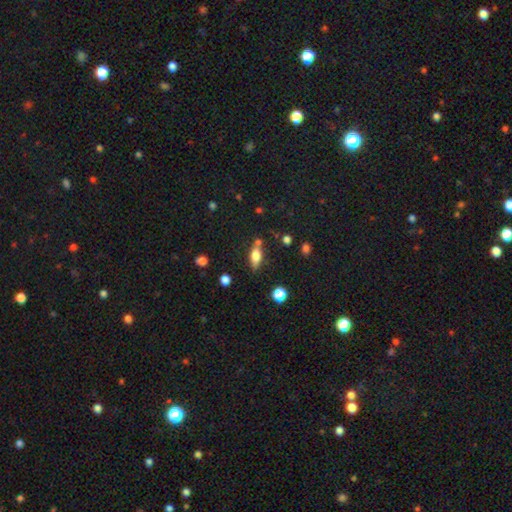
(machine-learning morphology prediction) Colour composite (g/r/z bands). It shows a smooth galaxy with no disk features (66%) that is in between round and cigar-shaped (74%). Merging: none (65%).